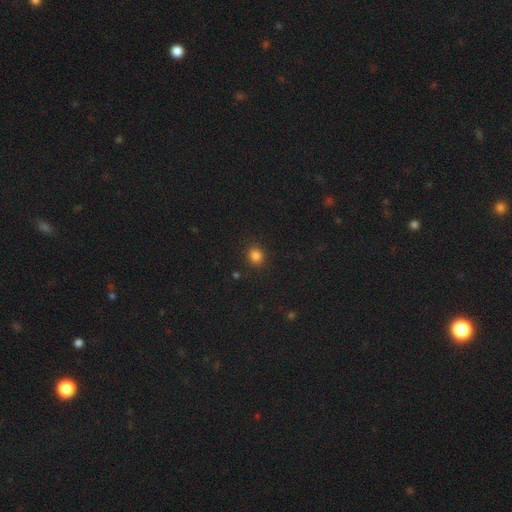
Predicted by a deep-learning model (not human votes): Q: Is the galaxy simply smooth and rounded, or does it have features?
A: smooth — 83%.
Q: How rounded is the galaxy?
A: round — 83%.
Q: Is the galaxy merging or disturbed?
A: none — 90%.